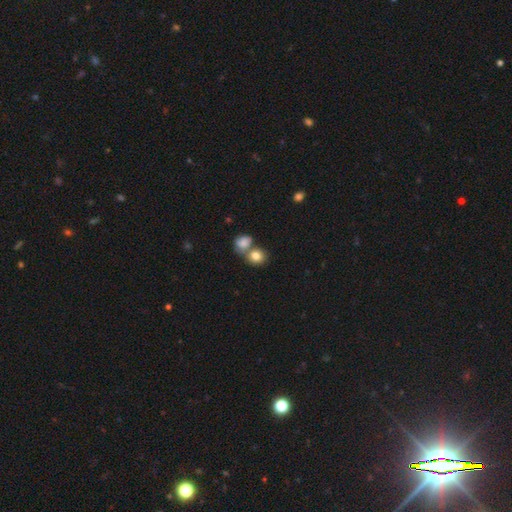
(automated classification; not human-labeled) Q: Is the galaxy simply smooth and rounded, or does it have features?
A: smooth — 81%.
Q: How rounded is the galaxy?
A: round — 72%.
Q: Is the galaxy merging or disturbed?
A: merger — 44%.